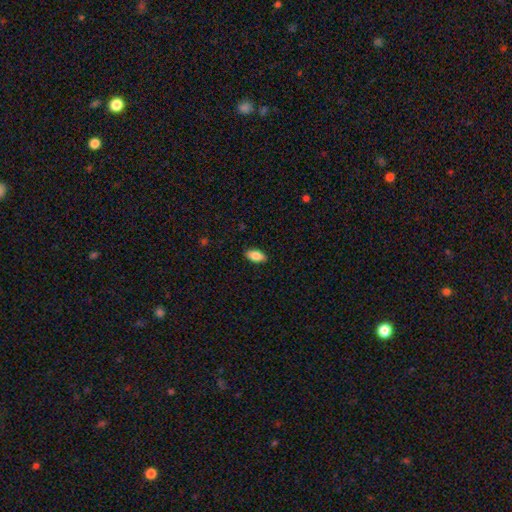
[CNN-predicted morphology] smooth-or-featured: smooth: 84% | featured or disk: 9% | star or artifact: 7%
  how-rounded: in between: 90% | cigar-shaped: 7% | round: 3%
  merging: none: 89% | minor disturbance: 8% | major disturbance: 2% | merger: 1%